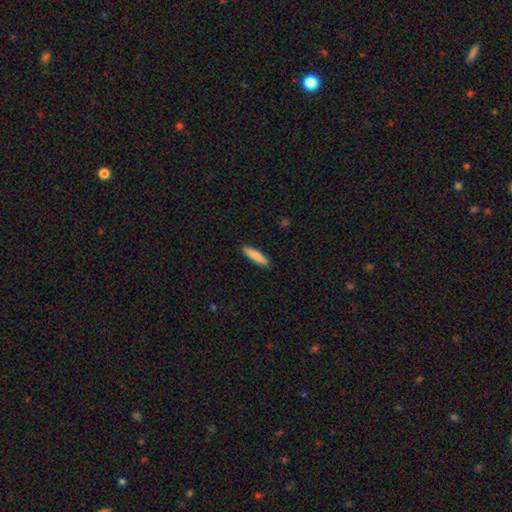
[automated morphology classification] A smooth galaxy with no disk features (85%) that is cigar-shaped (82%). Merging: none (90%).